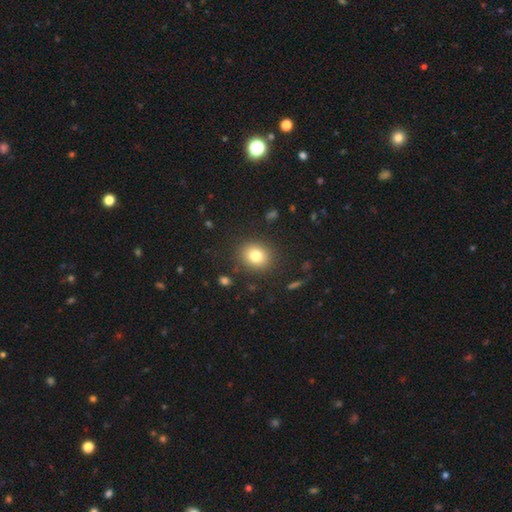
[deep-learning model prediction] The model was most divided on "how rounded": round: 69%, in between: 31%, cigar-shaped: 1%. More confident: merging — none (87%); smooth or featured — smooth (80%).